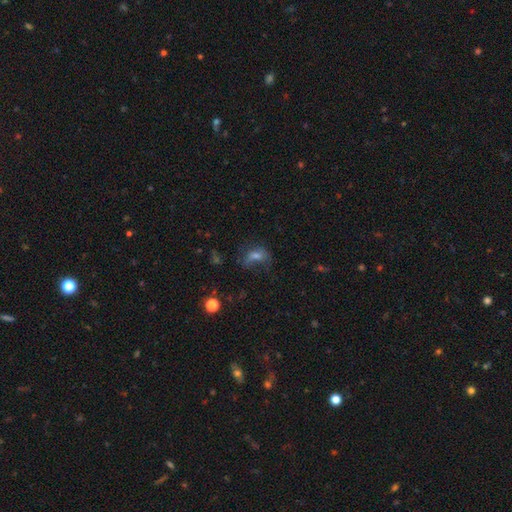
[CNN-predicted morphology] Smooth or featured? smooth (46%)
Merging? none (40%)